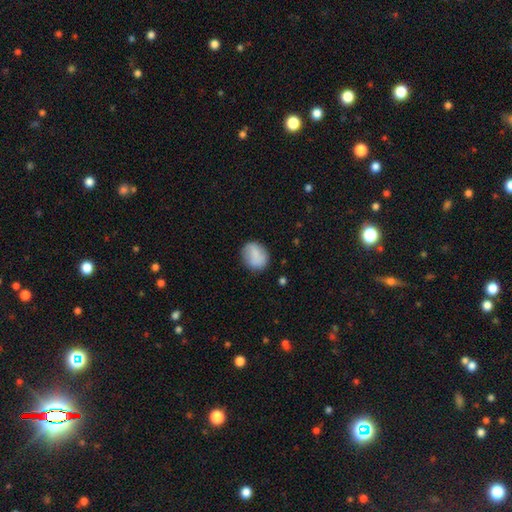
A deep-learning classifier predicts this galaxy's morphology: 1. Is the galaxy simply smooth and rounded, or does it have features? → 77% smooth, 16% featured or disk, 7% star or artifact.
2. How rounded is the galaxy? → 64% round, 35% in between, 1% cigar-shaped.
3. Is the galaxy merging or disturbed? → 79% none, 15% minor disturbance, 4% major disturbance, 2% merger.